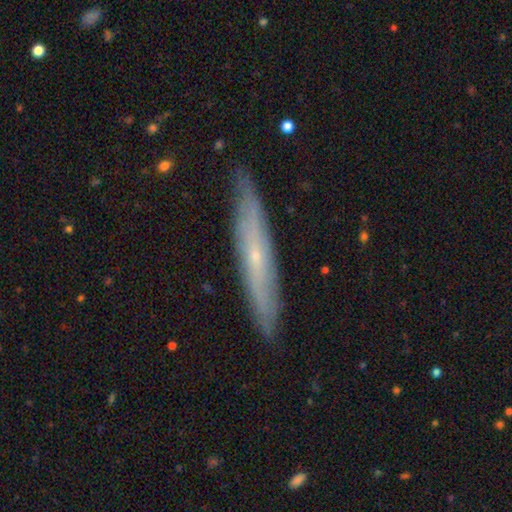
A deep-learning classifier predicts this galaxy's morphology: smooth-or-featured: featured or disk: 64% | smooth: 29% | star or artifact: 7%
  disk-edge-on: yes: 74% | no: 26%
  merging: none: 86% | minor disturbance: 11% | major disturbance: 2% | merger: 1%